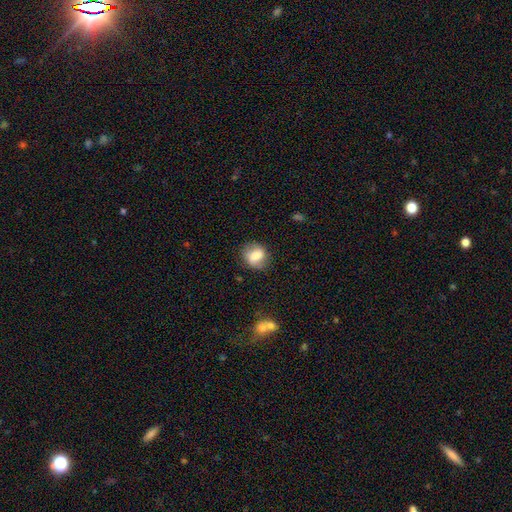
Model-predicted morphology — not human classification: smooth-or-featured: smooth: 73% | featured or disk: 19% | star or artifact: 8%
  how-rounded: round: 62% | in between: 36% | cigar-shaped: 1%
  merging: none: 72% | minor disturbance: 20% | major disturbance: 6% | merger: 2%